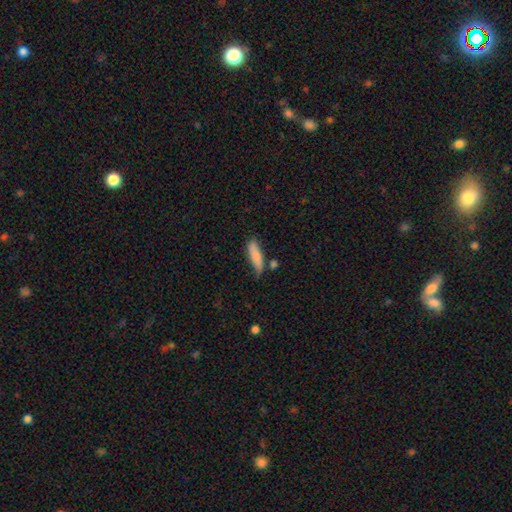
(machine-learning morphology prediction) Smooth or featured? Predicted: smooth (p=0.81). How rounded? Predicted: cigar-shaped (p=0.61). Merging? Predicted: none (p=0.64).